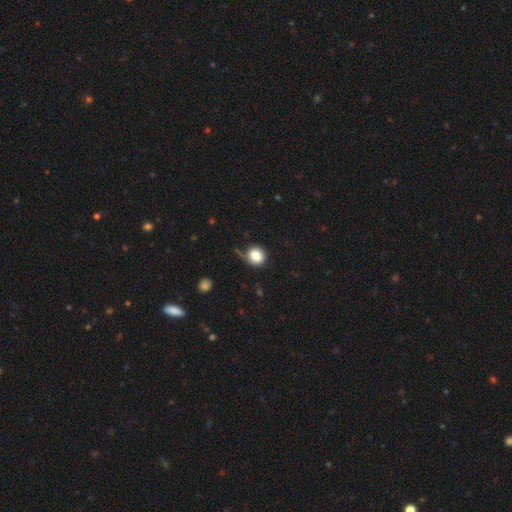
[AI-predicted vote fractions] A smooth galaxy with no disk features (83%) that is round (89%).

Vote fractions:
- Smooth or featured? smooth: 83% / star or artifact: 10% / featured or disk: 7%
- How rounded? round: 89% / in between: 11% / cigar-shaped: 1%
- Merging? none: 71% / minor disturbance: 19% / major disturbance: 6% / merger: 4%